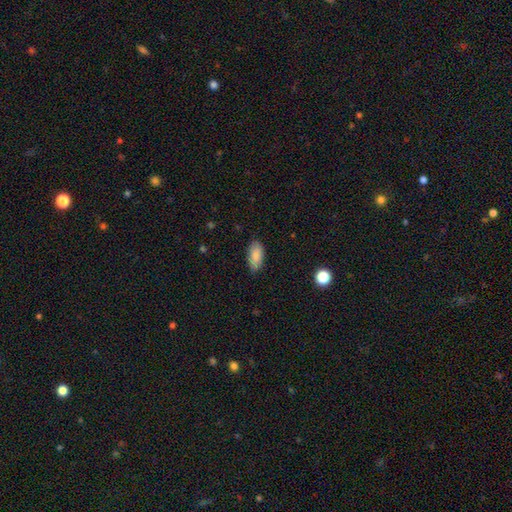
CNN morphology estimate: smooth 86%, star or artifact 7%, featured or disk 7%. Down the decision tree: how rounded — in between (90%); merging — none (84%).